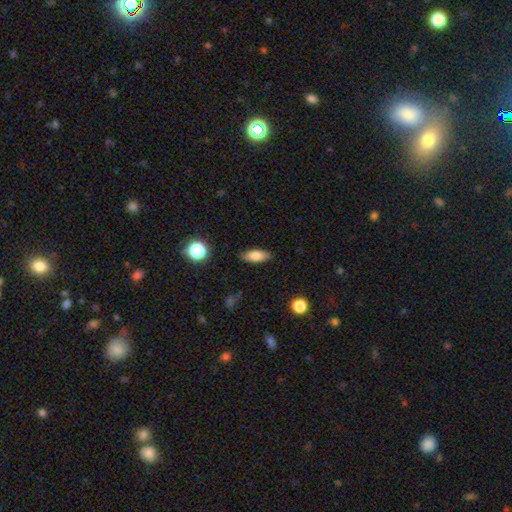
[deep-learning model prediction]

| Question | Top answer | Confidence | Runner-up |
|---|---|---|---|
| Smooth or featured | smooth | 81% | featured or disk (10%) |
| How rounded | in between | 75% | cigar-shaped (21%) |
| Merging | none | 86% | minor disturbance (10%) |